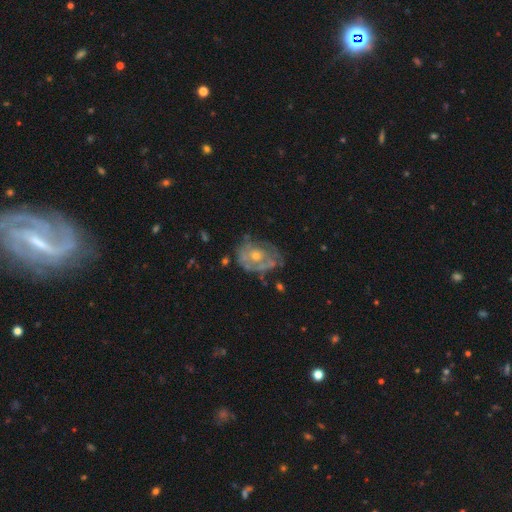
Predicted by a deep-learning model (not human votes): This is likely a featured or disk galaxy (68%). It is clearly not viewed edge-on (96%). Bar: clearly no (84%). Spiral arm pattern: possibly no (52%). Central bulge: possibly moderate (52%). Merging: possibly none (55%).